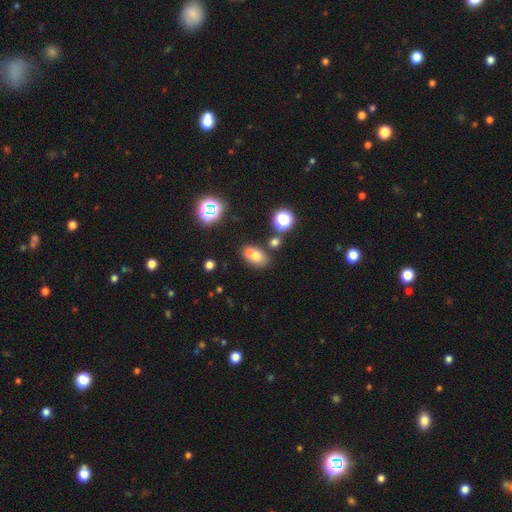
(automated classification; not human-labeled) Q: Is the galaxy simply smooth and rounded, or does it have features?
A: smooth — 65%.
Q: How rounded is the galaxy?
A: in between — 70%.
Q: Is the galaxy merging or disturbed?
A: none — 45%.